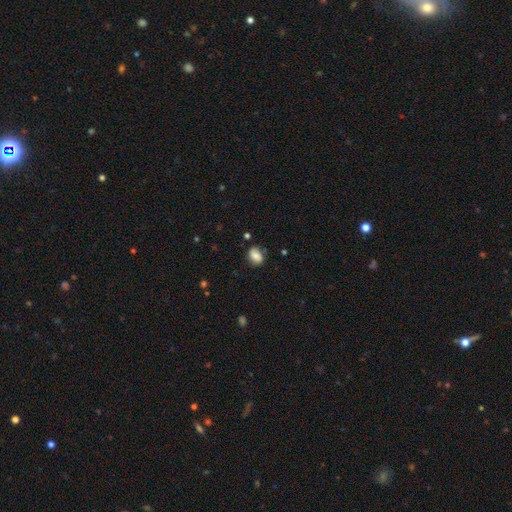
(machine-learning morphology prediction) smooth_or_featured: smooth (p=0.76) [alt: featured or disk p=0.15]
how_rounded: in between (p=0.67) [alt: round p=0.31]
merging: none (p=0.75) [alt: minor disturbance p=0.18]